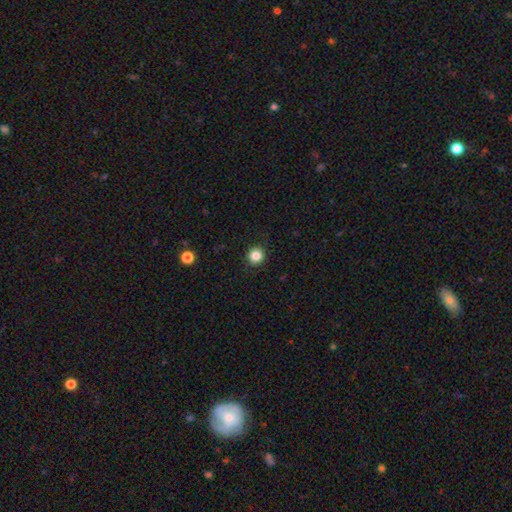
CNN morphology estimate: smooth 84%, star or artifact 11%, featured or disk 5%. Down the decision tree: how rounded — round (93%); merging — none (91%).